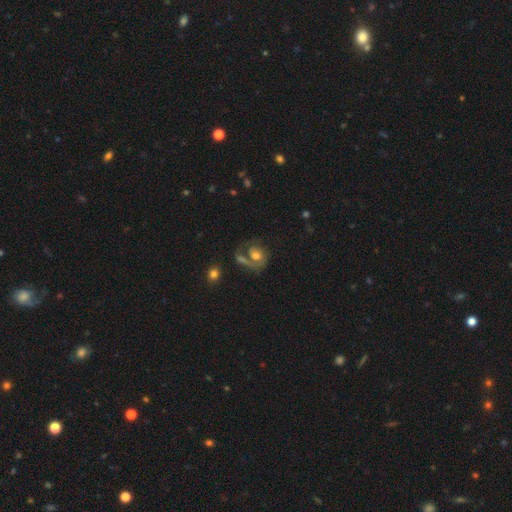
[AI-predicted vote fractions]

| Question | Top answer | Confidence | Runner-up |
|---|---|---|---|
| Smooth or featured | featured or disk | 46% | smooth (44%) |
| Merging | none | 34% | major disturbance (25%) |